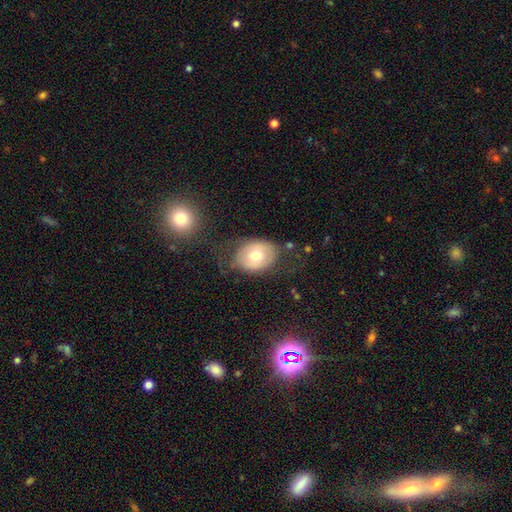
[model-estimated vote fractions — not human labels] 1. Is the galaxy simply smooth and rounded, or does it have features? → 60% smooth, 33% featured or disk, 7% star or artifact.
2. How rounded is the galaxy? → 65% in between, 34% round, 1% cigar-shaped.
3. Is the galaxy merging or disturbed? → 68% none, 18% minor disturbance, 10% major disturbance, 3% merger.